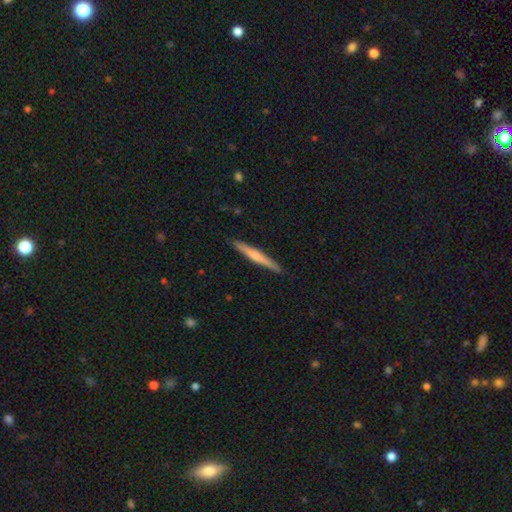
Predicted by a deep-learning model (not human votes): featured or disk 50%, smooth 45%, star or artifact 5%. Down the decision tree: merging — none (91%).